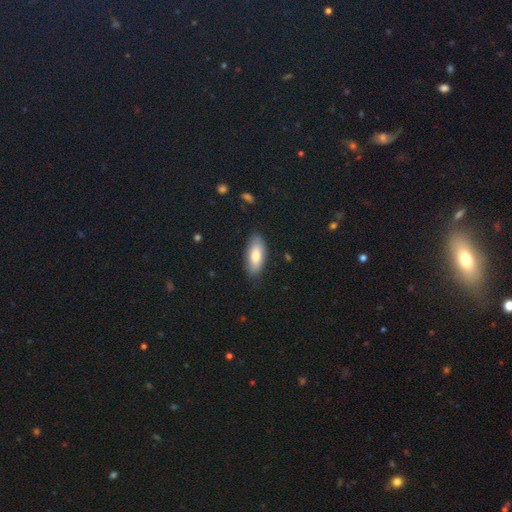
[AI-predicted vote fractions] Q: Smooth or featured?
A: smooth (75%); runner-up: featured or disk (19%)
Q: How rounded?
A: in between (84%); runner-up: cigar-shaped (14%)
Q: Merging?
A: none (82%); runner-up: minor disturbance (14%)